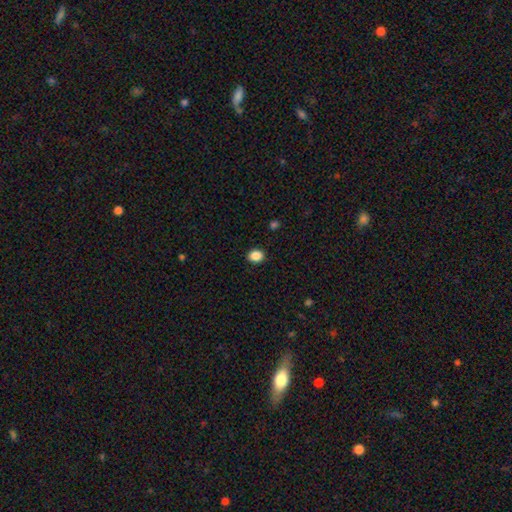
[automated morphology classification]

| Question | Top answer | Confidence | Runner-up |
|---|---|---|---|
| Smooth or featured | smooth | 87% | star or artifact (10%) |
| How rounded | round | 51% | in between (48%) |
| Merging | none | 90% | minor disturbance (7%) |